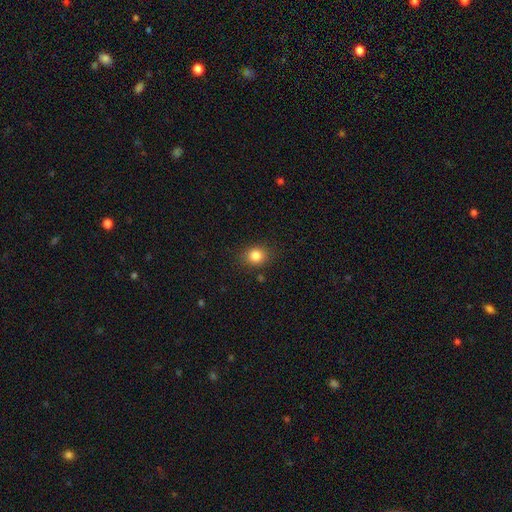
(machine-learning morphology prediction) Smooth or featured? Predicted: smooth (p=0.84). How rounded? Predicted: round (p=0.64). Merging? Predicted: none (p=0.84).